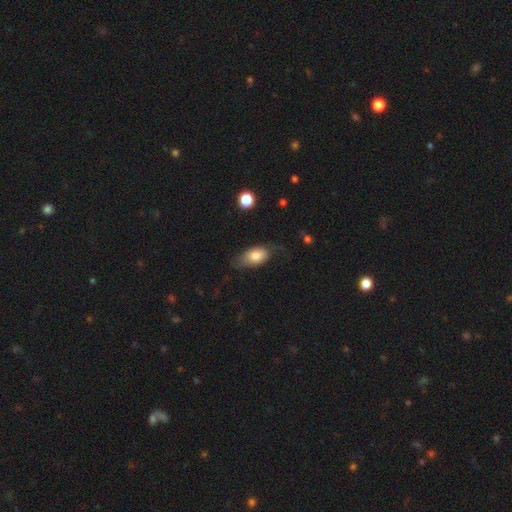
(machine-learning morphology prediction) Overall: smooth (75%). How rounded: in between (90%). Merging: none (53%; minor disturbance 30%).